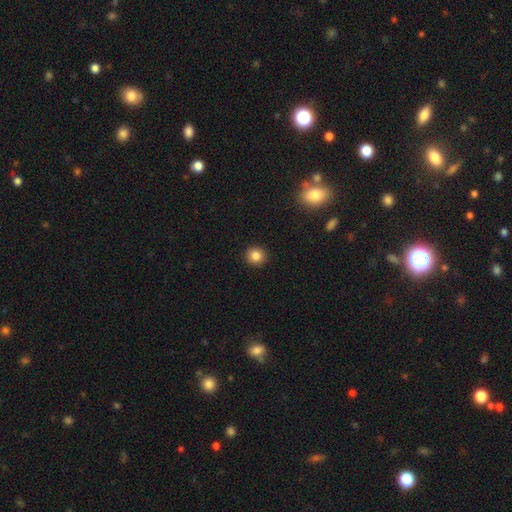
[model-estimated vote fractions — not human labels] Smooth or featured? smooth (84%)
How rounded? round (90%)
Merging? none (92%)